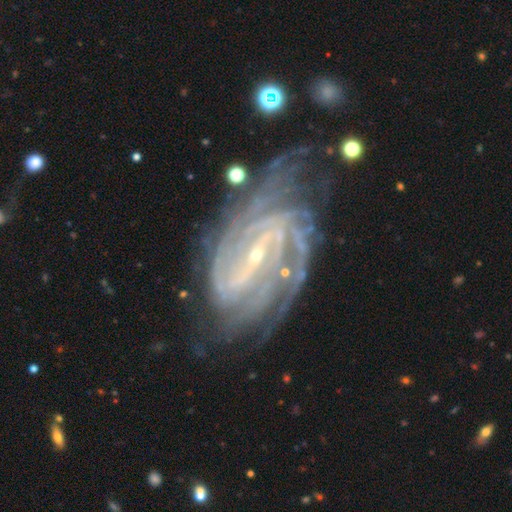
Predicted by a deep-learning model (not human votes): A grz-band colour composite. It shows a featured or disk galaxy (91%) with a strong bar (58%), 4 (27%) tight (68%) spiral arms (98%) and a small central bulge (84%). Merging: none (66%).